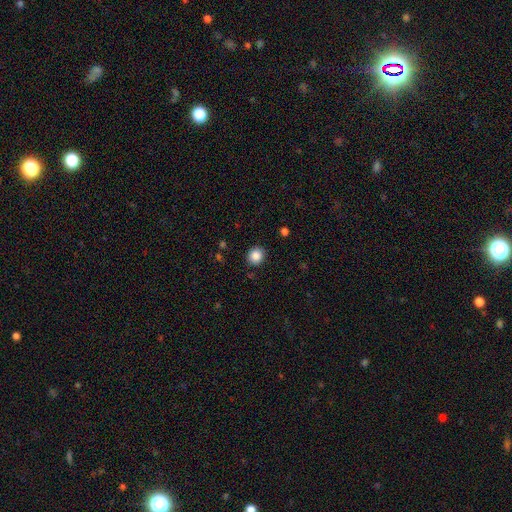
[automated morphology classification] Smooth or featured? smooth (86%)
How rounded? round (83%)
Merging? none (90%)